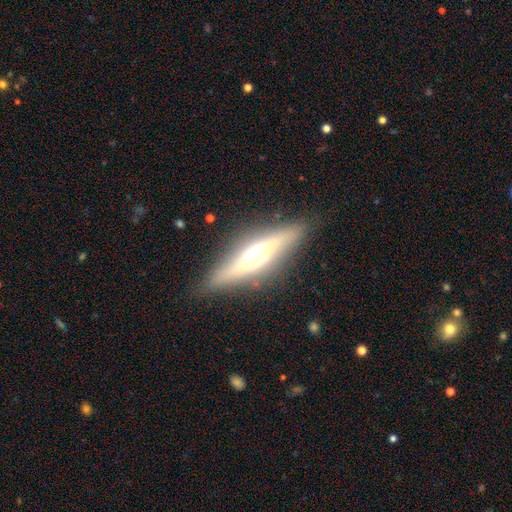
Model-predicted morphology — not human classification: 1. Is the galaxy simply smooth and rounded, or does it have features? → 64% featured or disk, 29% smooth, 8% star or artifact.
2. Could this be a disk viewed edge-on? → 91% yes, 9% no.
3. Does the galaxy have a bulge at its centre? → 90% rounded, 6% boxy, 4% none.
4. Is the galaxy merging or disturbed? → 86% none, 10% minor disturbance, 3% major disturbance, 1% merger.